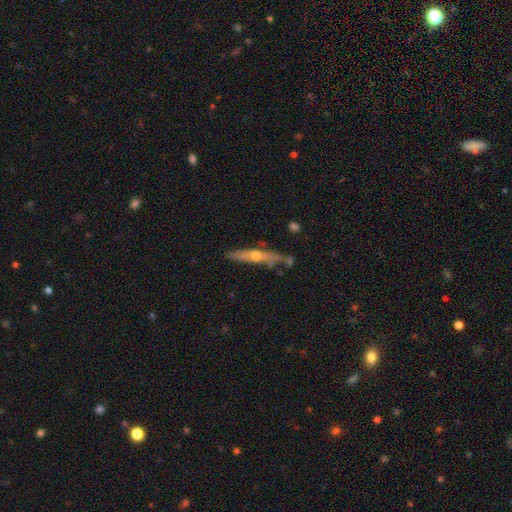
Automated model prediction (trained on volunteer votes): This appears to be a featured or disk galaxy (64%) viewed edge-on (90%) with a rounded central bulge (85%). Merging: none (76%).